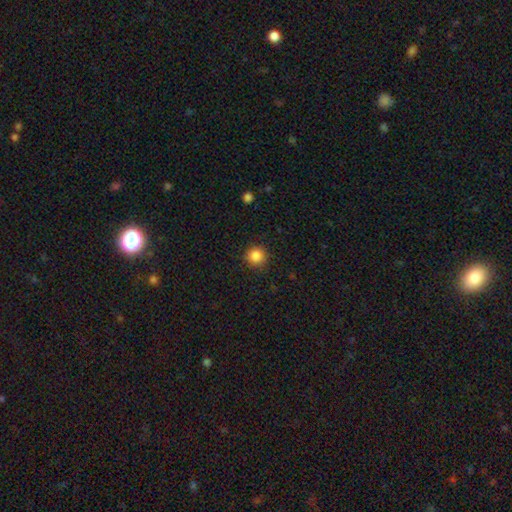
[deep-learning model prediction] smooth 86%, star or artifact 11%, featured or disk 4%. Down the decision tree: how rounded — round (94%); merging — none (90%).